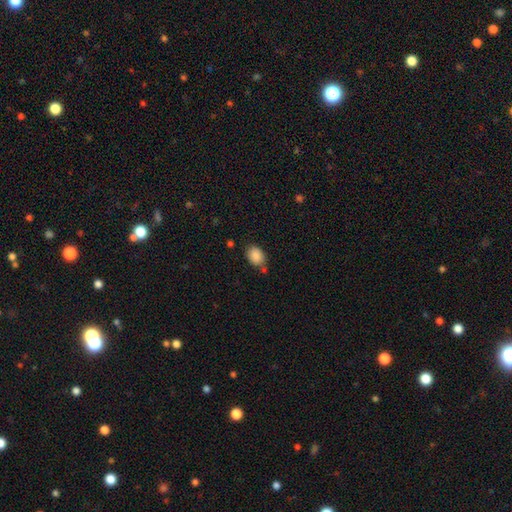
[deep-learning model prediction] Q: Smooth or featured?
A: smooth (87%); runner-up: star or artifact (8%)
Q: How rounded?
A: in between (68%); runner-up: round (31%)
Q: Merging?
A: none (69%); runner-up: minor disturbance (17%)